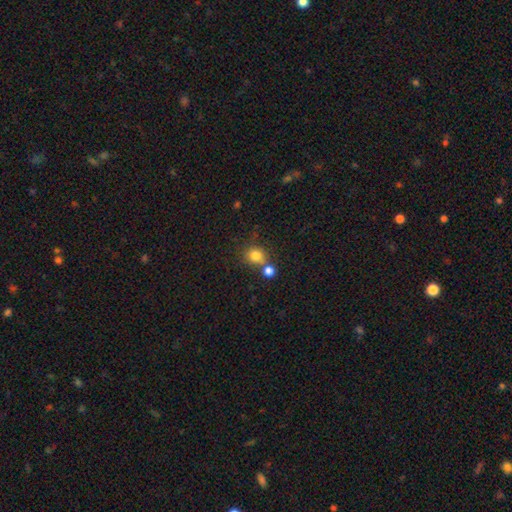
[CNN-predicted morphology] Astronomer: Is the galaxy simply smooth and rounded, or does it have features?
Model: smooth — 78%.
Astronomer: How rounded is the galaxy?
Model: round — 79%.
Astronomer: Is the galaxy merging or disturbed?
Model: none — 53% (runner-up: merger, 32%).